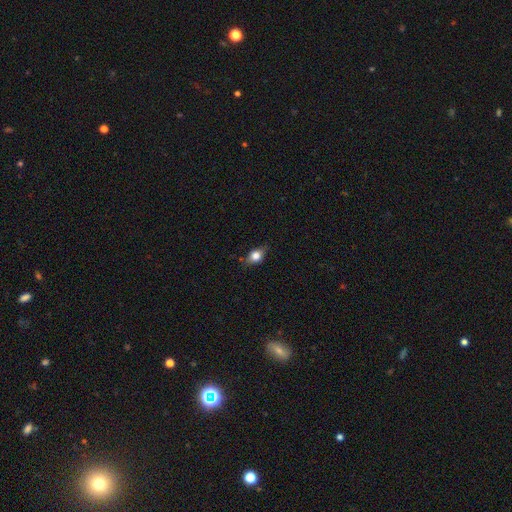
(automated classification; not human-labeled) Smooth or featured: smooth — 73% (featured or disk — 17%)
How rounded: in between — 66% (round — 29%)
Merging: none — 72% (minor disturbance — 22%)